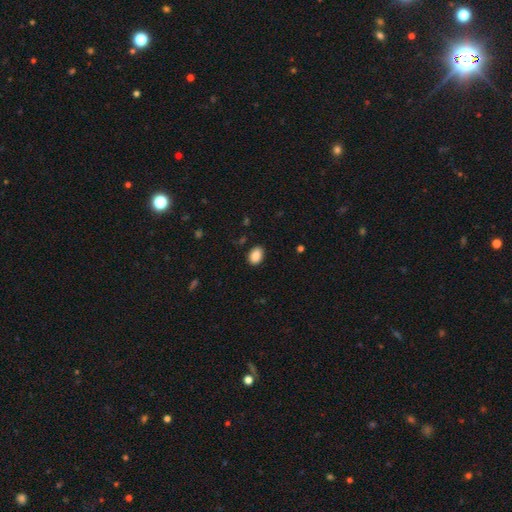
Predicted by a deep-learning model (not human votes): A smooth galaxy with no disk features (89%) that is in between round and cigar-shaped (79%).

Vote fractions:
- Smooth or featured? smooth: 89% / star or artifact: 8% / featured or disk: 3%
- How rounded? in between: 79% / round: 20% / cigar-shaped: 1%
- Merging? none: 88% / minor disturbance: 9% / major disturbance: 2% / merger: 1%